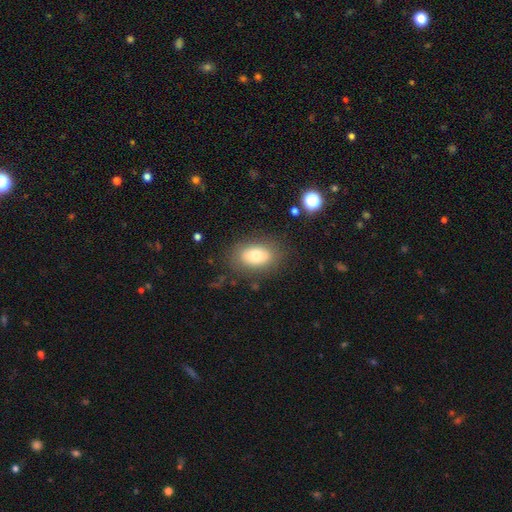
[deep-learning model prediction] smooth_or_featured: smooth (p=0.75) [alt: featured or disk p=0.16]
how_rounded: in between (p=0.85) [alt: round p=0.13]
merging: none (p=0.82) [alt: minor disturbance p=0.12]